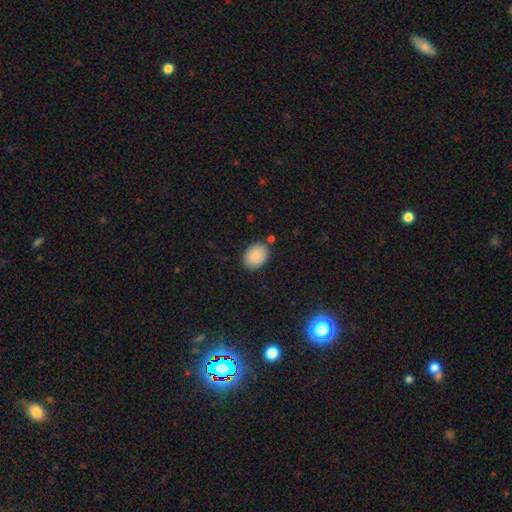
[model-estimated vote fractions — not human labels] Overall: smooth (88%). How rounded: in between (75%). Merging: none (82%).